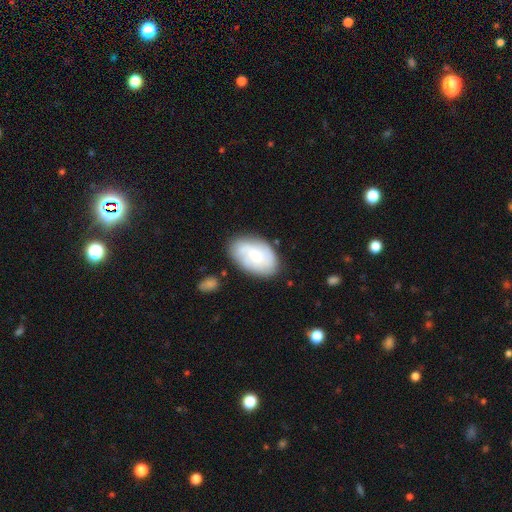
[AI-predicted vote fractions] smooth_or_featured: featured or disk (p=0.47) [tied with: smooth p=0.47]
merging: none (p=0.73) [alt: minor disturbance p=0.18]